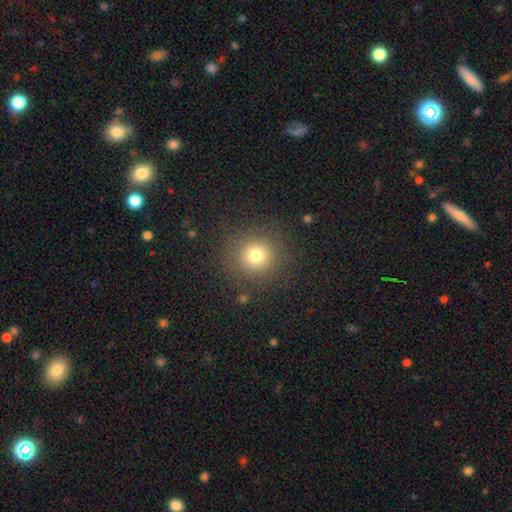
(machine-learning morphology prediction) smooth-or-featured: smooth: 76% | star or artifact: 15% | featured or disk: 9%
  how-rounded: round: 92% | in between: 7% | cigar-shaped: 1%
  merging: none: 86% | minor disturbance: 8% | major disturbance: 4% | merger: 1%